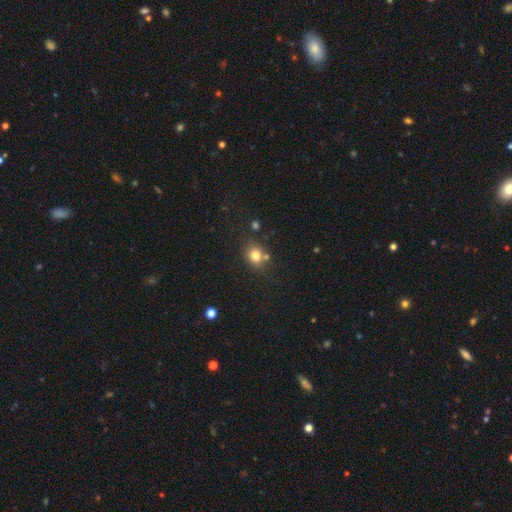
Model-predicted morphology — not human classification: A smooth galaxy with no disk features (78%) that is round (59%). Merging: none (68%).